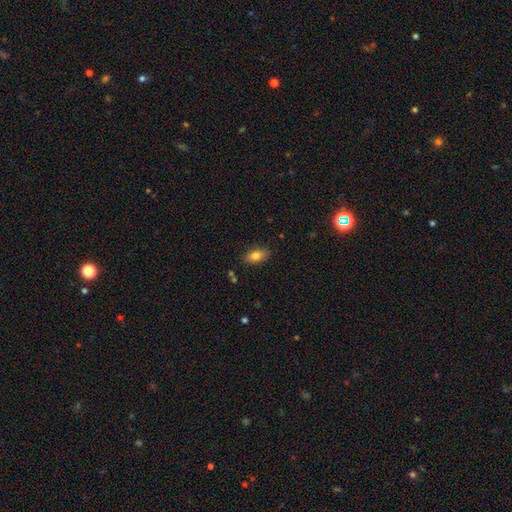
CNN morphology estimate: This is clearly a smooth galaxy (81%). How rounded: clearly in between (89%). Merging: clearly none (85%).